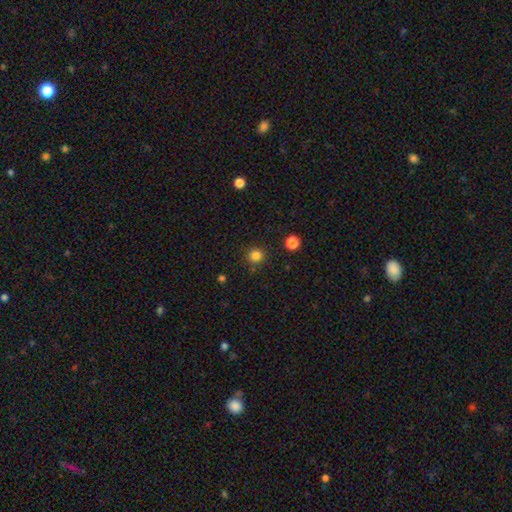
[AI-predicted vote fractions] A smooth galaxy with no disk features (83%) that is round (92%). Merging: none (87%).